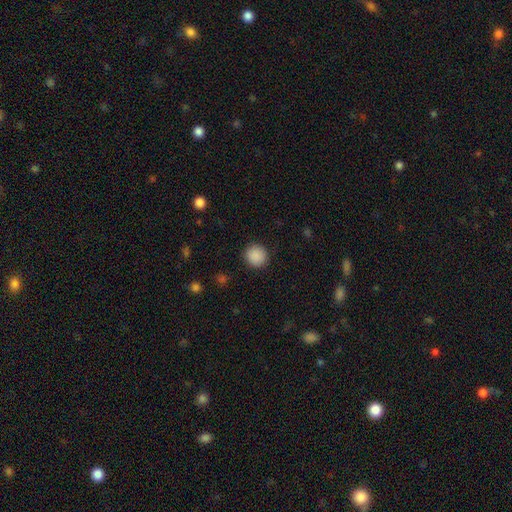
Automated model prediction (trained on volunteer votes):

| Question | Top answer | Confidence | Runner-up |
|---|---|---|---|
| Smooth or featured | smooth | 89% | star or artifact (8%) |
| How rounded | round | 92% | in between (7%) |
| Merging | none | 91% | minor disturbance (6%) |